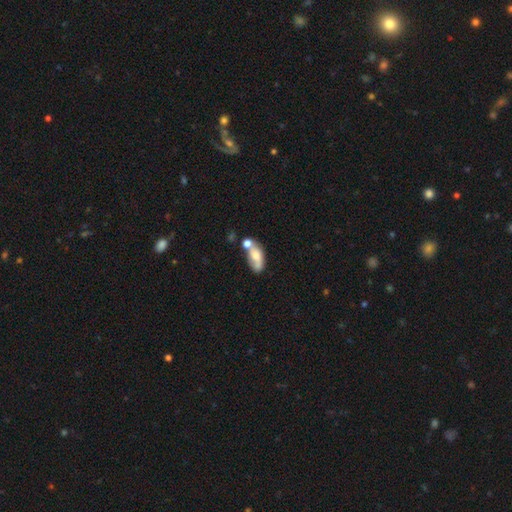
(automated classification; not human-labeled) A smooth galaxy with no disk features (60%) that is in between round and cigar-shaped (85%). Merging: merger (41%).